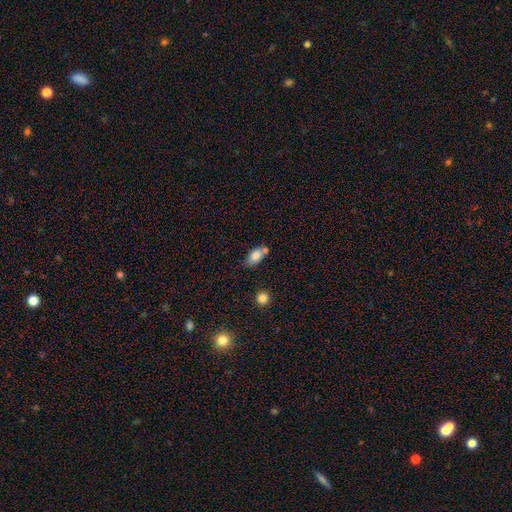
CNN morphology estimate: smooth_or_featured: smooth (p=0.79) [alt: featured or disk p=0.12]
how_rounded: in between (p=0.88) [alt: round p=0.08]
merging: none (p=0.53) [alt: merger p=0.25]